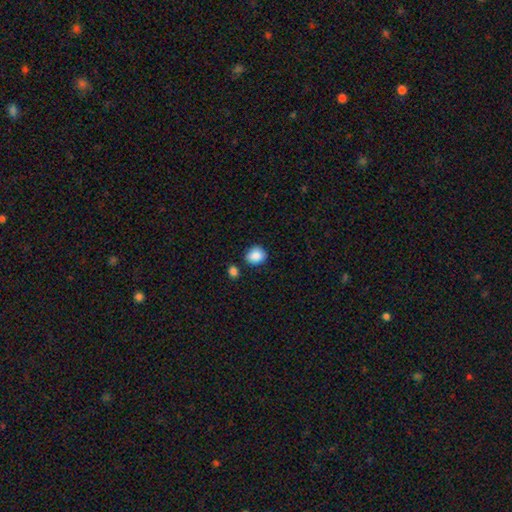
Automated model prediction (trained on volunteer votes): A smooth galaxy with no disk features (88%) that is round (67%). Merging: none (79%).